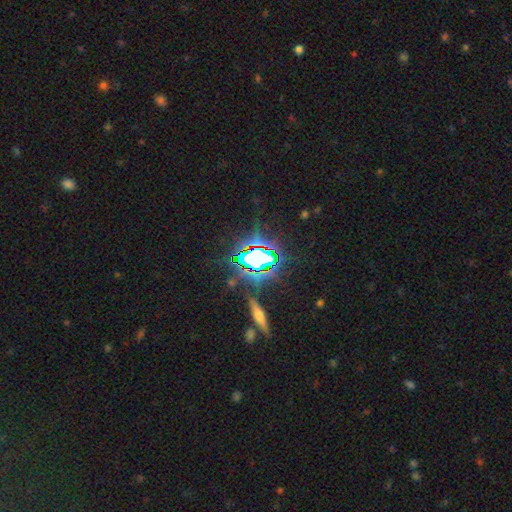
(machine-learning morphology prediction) The model was most divided on "smooth or featured": star or artifact: 74%, featured or disk: 14%, smooth: 13%.